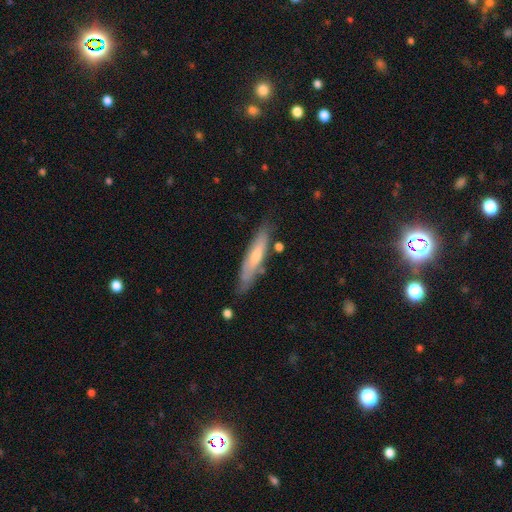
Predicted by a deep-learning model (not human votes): Overall: smooth (51%; featured or disk 43%). How rounded: cigar-shaped (83%). Merging: none (76%).